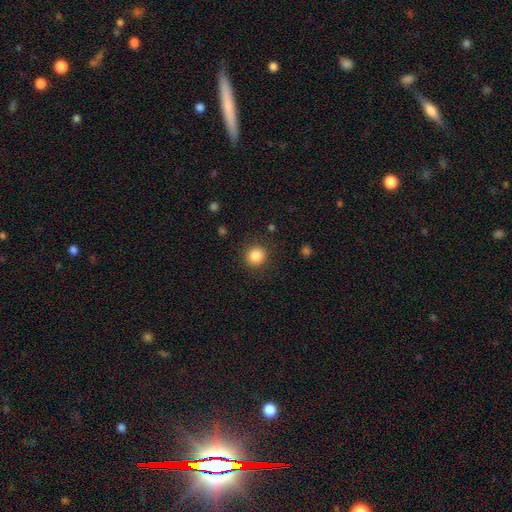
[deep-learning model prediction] Overall: smooth (85%). How rounded: round (91%). Merging: none (89%).